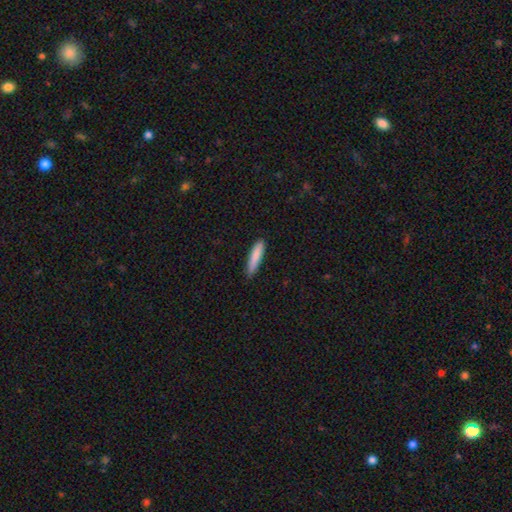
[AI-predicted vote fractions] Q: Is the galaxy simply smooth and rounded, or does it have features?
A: smooth — 84%.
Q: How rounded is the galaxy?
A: cigar-shaped — 87%.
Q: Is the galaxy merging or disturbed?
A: none — 87%.